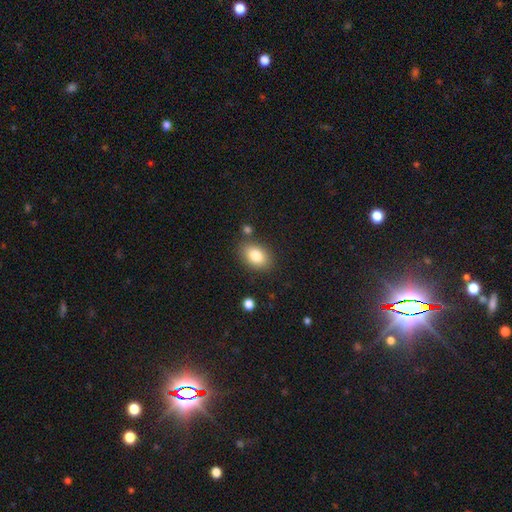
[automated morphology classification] Smooth or featured: smooth — 82% (featured or disk — 9%)
How rounded: in between — 83% (round — 15%)
Merging: none — 80% (minor disturbance — 12%)